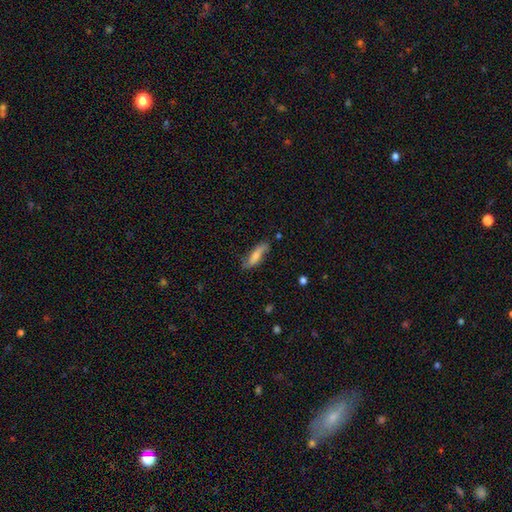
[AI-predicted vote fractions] smooth-or-featured: smooth: 52% | featured or disk: 42% | star or artifact: 7%
  how-rounded: cigar-shaped: 55% | in between: 43% | round: 3%
  merging: none: 68% | minor disturbance: 23% | major disturbance: 6% | merger: 3%